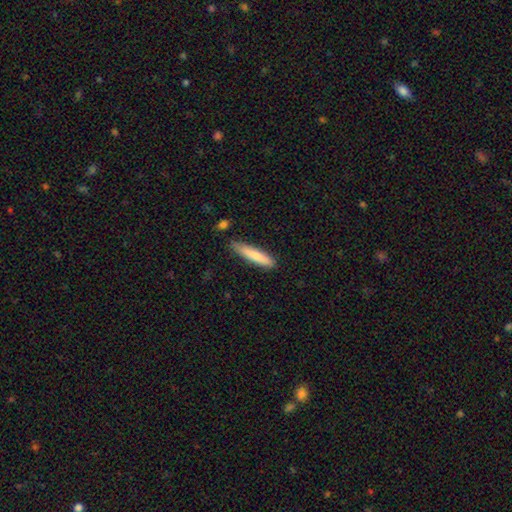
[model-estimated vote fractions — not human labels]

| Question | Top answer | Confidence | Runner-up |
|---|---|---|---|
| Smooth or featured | smooth | 77% | featured or disk (17%) |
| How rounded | cigar-shaped | 89% | in between (9%) |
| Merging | none | 79% | minor disturbance (16%) |